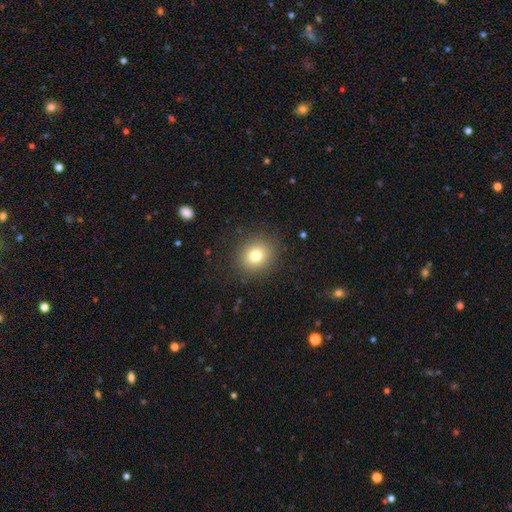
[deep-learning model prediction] Smooth or featured? smooth (78%)
How rounded? round (79%)
Merging? none (88%)